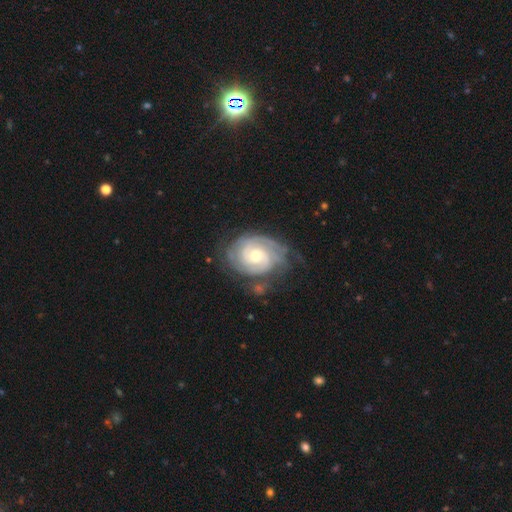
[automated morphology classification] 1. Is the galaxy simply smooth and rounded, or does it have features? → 87% featured or disk, 8% smooth, 5% star or artifact.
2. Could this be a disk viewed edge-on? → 98% no, 2% yes.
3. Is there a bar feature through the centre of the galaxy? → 59% no, 34% weak, 7% strong.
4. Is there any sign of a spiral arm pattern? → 96% yes, 4% no.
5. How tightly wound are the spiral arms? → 73% tight, 22% medium, 4% loose.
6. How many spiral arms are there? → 37% 2, 26% can't tell, 20% 3, 7% 4, 4% 1, 4% more than 4.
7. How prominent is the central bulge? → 57% moderate, 38% small, 3% large, 1% none, 1% dominant.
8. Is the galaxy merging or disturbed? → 65% none, 22% minor disturbance, 10% major disturbance, 3% merger.